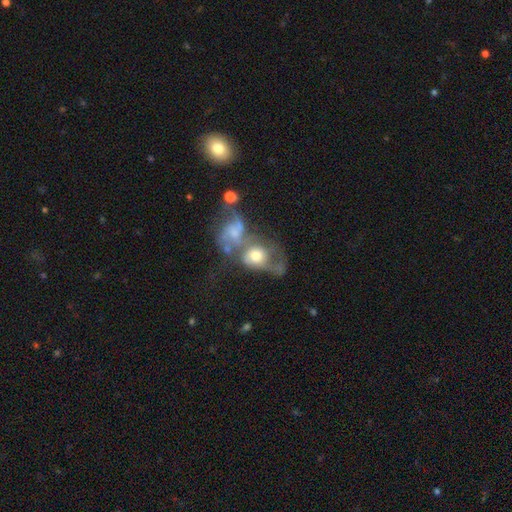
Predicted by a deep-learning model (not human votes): A featured or disk galaxy (47%). Merging: merger (60%).